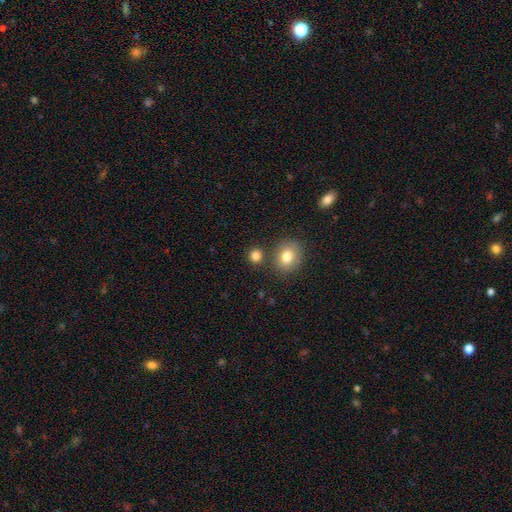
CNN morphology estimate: Smooth or featured? Predicted: smooth (p=0.82). How rounded? Predicted: round (p=0.83). Merging? Predicted: none (p=0.75).